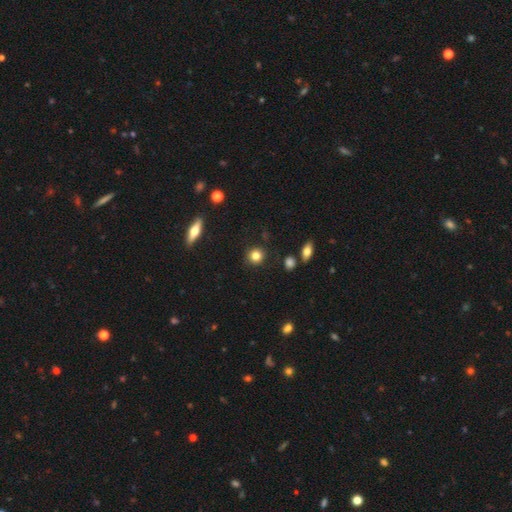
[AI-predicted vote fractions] smooth-or-featured: smooth: 83% | star or artifact: 10% | featured or disk: 7%
  how-rounded: round: 90% | in between: 9% | cigar-shaped: 1%
  merging: none: 89% | minor disturbance: 7% | major disturbance: 2% | merger: 2%